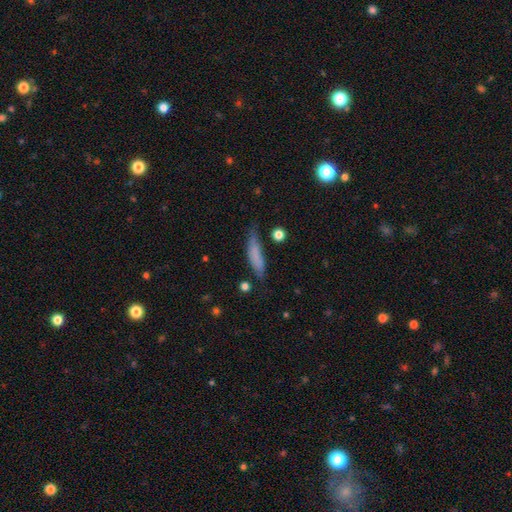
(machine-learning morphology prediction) Smooth or featured?
  - smooth: 72% *
  - featured or disk: 19%
  - star or artifact: 9%
How rounded?
  - cigar-shaped: 67% *
  - in between: 30%
  - round: 3%
Merging?
  - none: 53% *
  - minor disturbance: 31%
  - major disturbance: 12%
  - merger: 4%